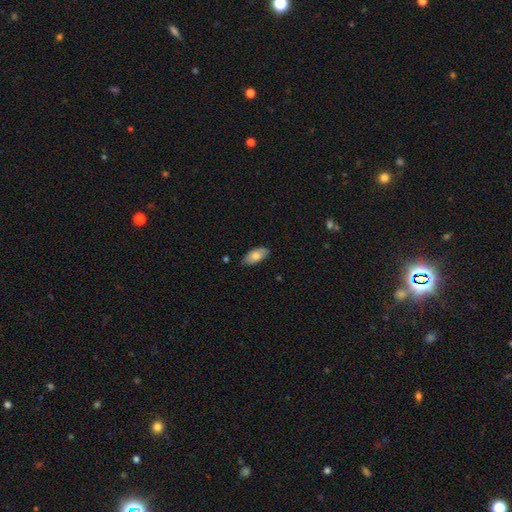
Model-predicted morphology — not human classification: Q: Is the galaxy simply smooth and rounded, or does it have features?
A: smooth — 78%.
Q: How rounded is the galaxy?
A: in between — 91%.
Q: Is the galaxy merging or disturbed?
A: none — 85%.